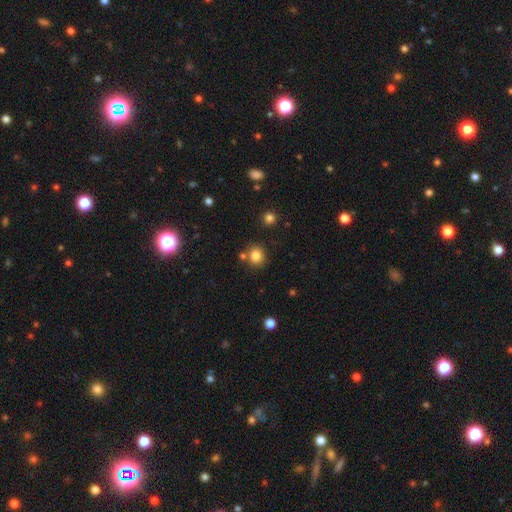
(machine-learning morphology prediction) Smooth or featured: smooth — 82% (star or artifact — 13%)
How rounded: round — 85% (in between — 14%)
Merging: none — 76% (merger — 11%)